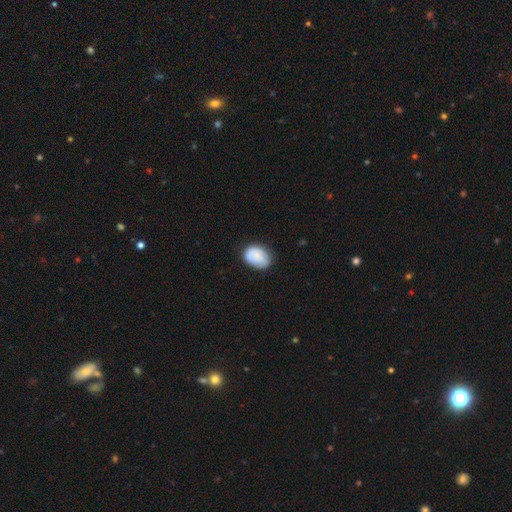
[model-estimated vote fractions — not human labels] Overall: smooth (80%). How rounded: in between (68%; round 31%). Merging: none (71%).